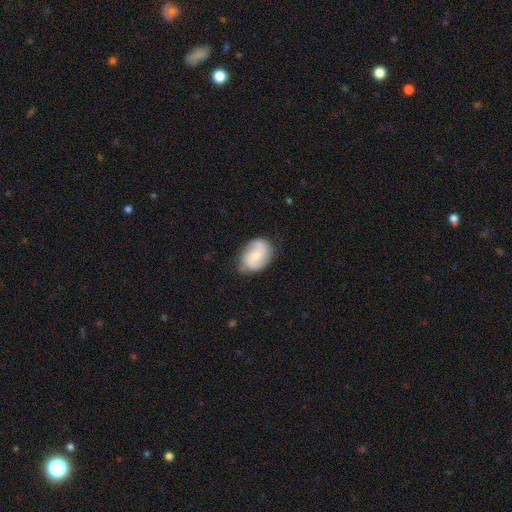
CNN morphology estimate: This appears to be a featured or disk galaxy (63%) with no bar (54%), 2 (84%) medium (46%) spiral arms (93%) and a small central bulge (49%). Merging: none (75%).